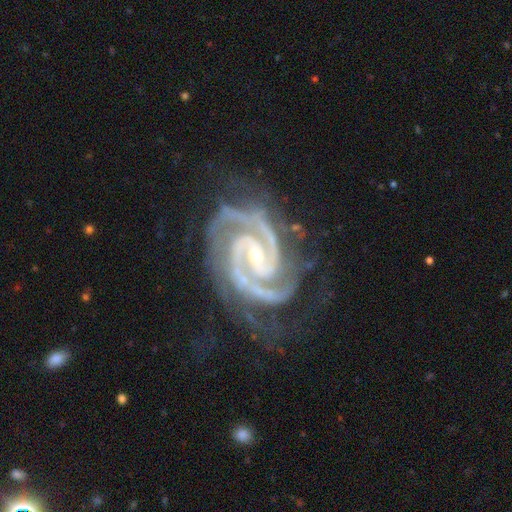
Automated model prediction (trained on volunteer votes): Q: Smooth or featured?
A: featured or disk (94%); runner-up: star or artifact (4%)
Q: Edge-on disk?
A: no (98%); runner-up: yes (2%)
Q: Bar?
A: weak (42%); runner-up: strong (30%)
Q: Spiral arms?
A: yes (99%); runner-up: no (1%)
Q: Spiral winding?
A: tight (61%); runner-up: medium (35%)
Q: Spiral arm count?
A: 2 (83%); runner-up: 3 (9%)
Q: Bulge size?
A: small (67%); runner-up: moderate (29%)
Q: Merging?
A: none (65%); runner-up: minor disturbance (21%)